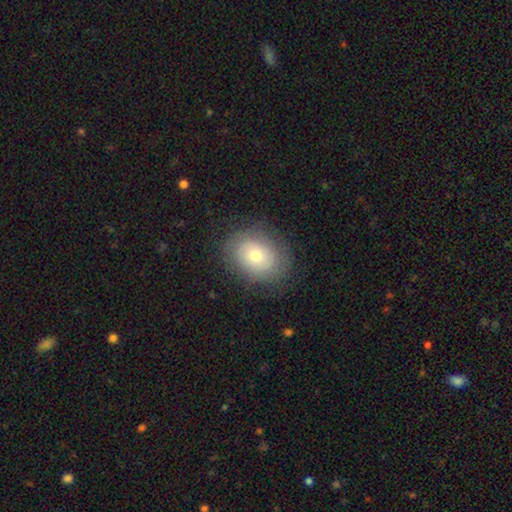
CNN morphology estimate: A smooth galaxy with no disk features (59%) that is in between round and cigar-shaped (58%). Merging: none (83%).